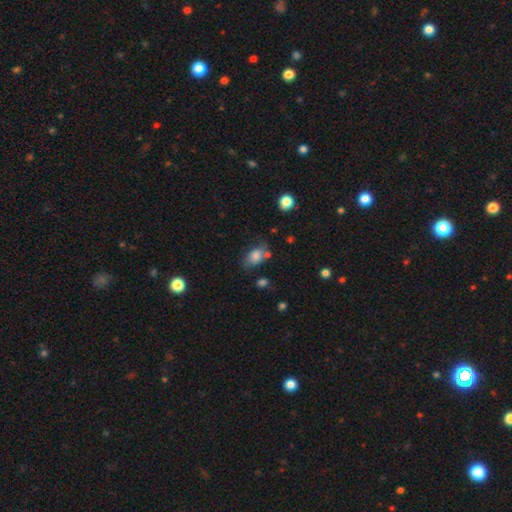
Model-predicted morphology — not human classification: smooth 72%, featured or disk 17%, star or artifact 10%. Down the decision tree: how rounded — in between (80%); merging — none (55%).